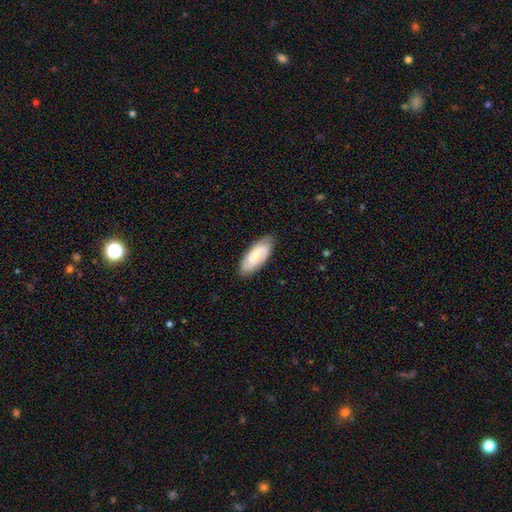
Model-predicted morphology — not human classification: featured or disk 51%, smooth 44%, star or artifact 6%. Down the decision tree: edge-on disk — no (91%); merging — none (84%).